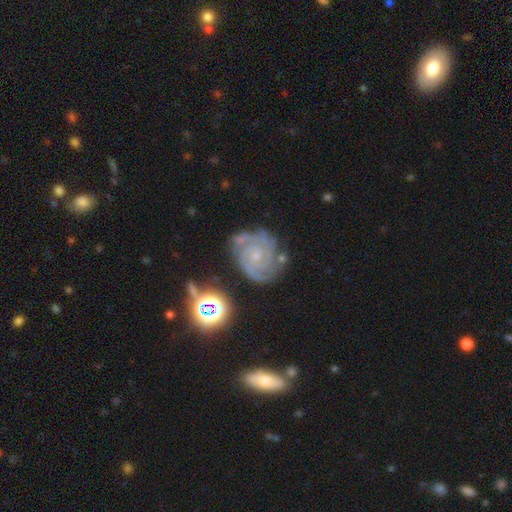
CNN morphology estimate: Smooth or featured? Predicted: featured or disk (p=0.85). Edge-on disk? Predicted: no (p=0.98). Bar? Predicted: no (p=0.72). Spiral arms? Predicted: yes (p=0.97). Spiral winding? Predicted: tight (p=0.70). Spiral arm count? Predicted: 3 (p=0.31). Bulge size? Predicted: small (p=0.77). Merging? Predicted: none (p=0.66).